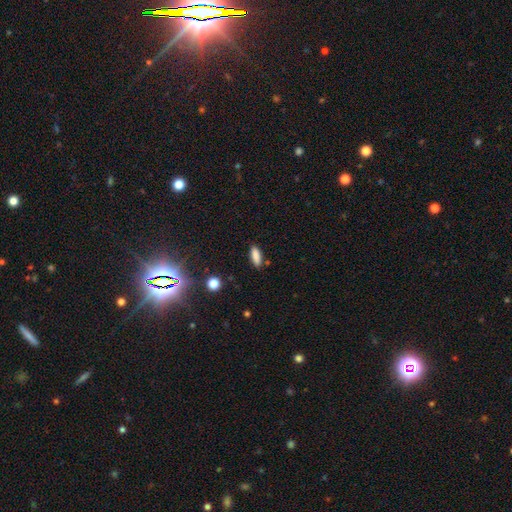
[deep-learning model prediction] Q: Smooth or featured?
A: smooth (85%); runner-up: star or artifact (8%)
Q: How rounded?
A: in between (62%); runner-up: cigar-shaped (35%)
Q: Merging?
A: none (86%); runner-up: minor disturbance (10%)